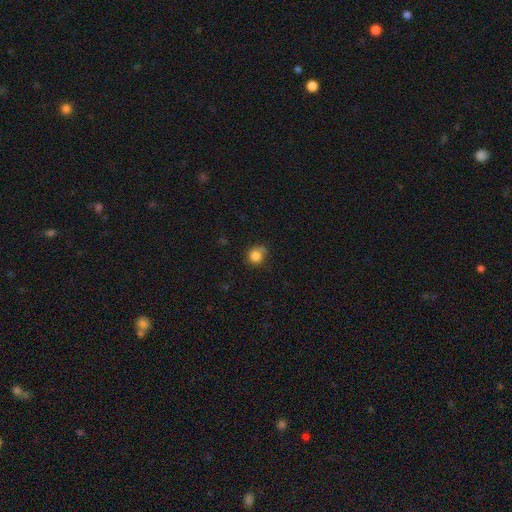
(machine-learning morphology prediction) Smooth or featured: smooth — 84% (star or artifact — 10%)
How rounded: round — 84% (in between — 15%)
Merging: none — 61% (minor disturbance — 27%)